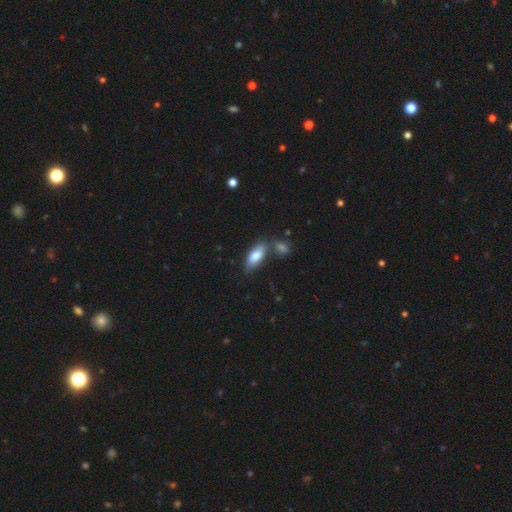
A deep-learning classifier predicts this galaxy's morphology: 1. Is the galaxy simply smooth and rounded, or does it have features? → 79% smooth, 15% featured or disk, 6% star or artifact.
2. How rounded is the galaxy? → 81% in between, 17% cigar-shaped, 3% round.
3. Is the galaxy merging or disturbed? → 62% none, 18% merger, 16% minor disturbance, 4% major disturbance.